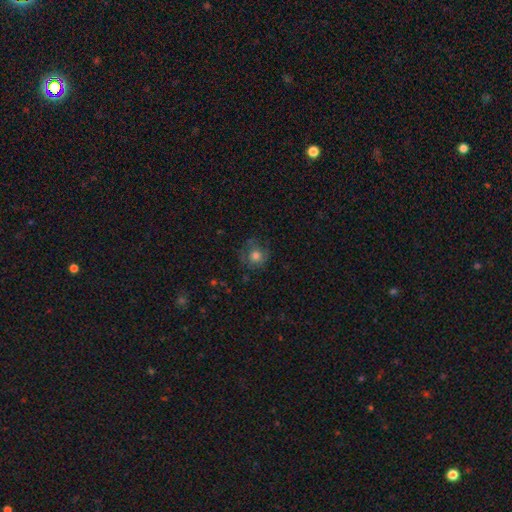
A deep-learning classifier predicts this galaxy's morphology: Smooth or featured? Predicted: smooth (p=0.67). How rounded? Predicted: round (p=0.86). Merging? Predicted: none (p=0.65).